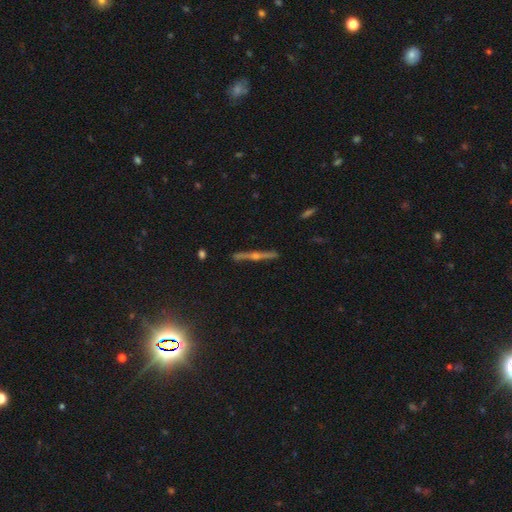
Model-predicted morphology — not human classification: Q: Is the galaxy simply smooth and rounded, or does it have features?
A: featured or disk — 40%.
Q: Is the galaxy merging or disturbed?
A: none — 82%.